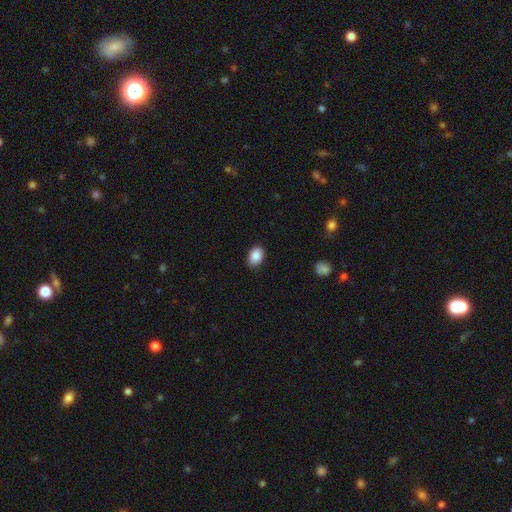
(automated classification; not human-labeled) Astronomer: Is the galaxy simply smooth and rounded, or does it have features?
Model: smooth — 88%.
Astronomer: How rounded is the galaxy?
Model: in between — 81%.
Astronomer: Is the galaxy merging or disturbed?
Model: none — 87%.